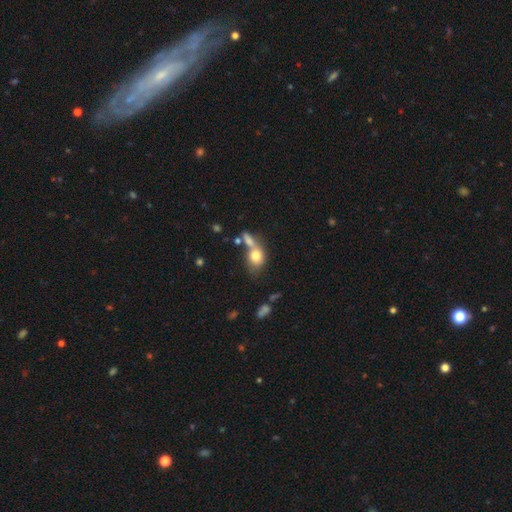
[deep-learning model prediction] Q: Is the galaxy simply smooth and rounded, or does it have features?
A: smooth — 76%.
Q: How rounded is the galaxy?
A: in between — 51%.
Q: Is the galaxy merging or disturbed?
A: merger — 48%.